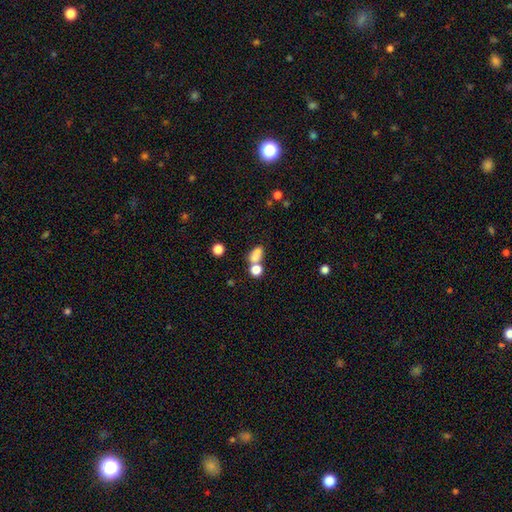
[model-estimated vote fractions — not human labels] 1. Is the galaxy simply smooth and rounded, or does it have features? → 73% smooth, 14% star or artifact, 13% featured or disk.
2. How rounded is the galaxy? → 64% in between, 32% round, 4% cigar-shaped.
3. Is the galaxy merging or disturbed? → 47% merger, 34% none, 11% minor disturbance, 8% major disturbance.